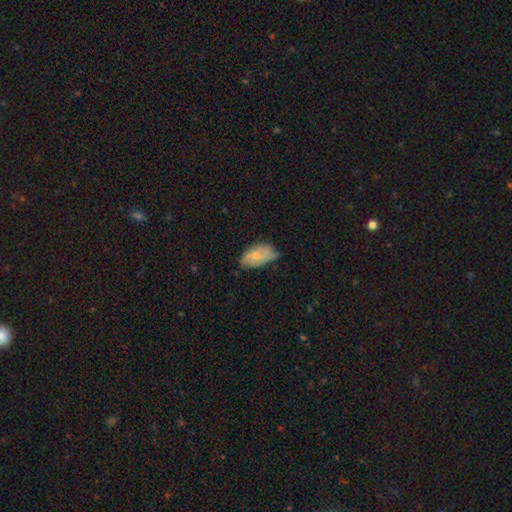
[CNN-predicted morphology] Q: Smooth or featured?
A: smooth (60%); runner-up: featured or disk (31%)
Q: How rounded?
A: in between (92%); runner-up: round (5%)
Q: Merging?
A: none (47%); runner-up: minor disturbance (41%)